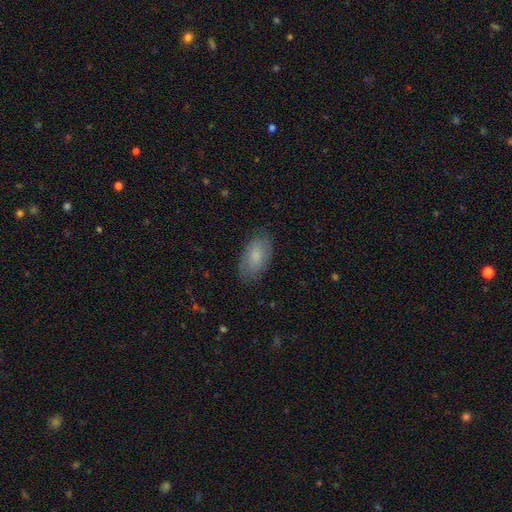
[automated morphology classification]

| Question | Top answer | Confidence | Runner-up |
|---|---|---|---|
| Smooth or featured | smooth | 79% | featured or disk (15%) |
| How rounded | in between | 94% | round (4%) |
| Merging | none | 81% | minor disturbance (15%) |